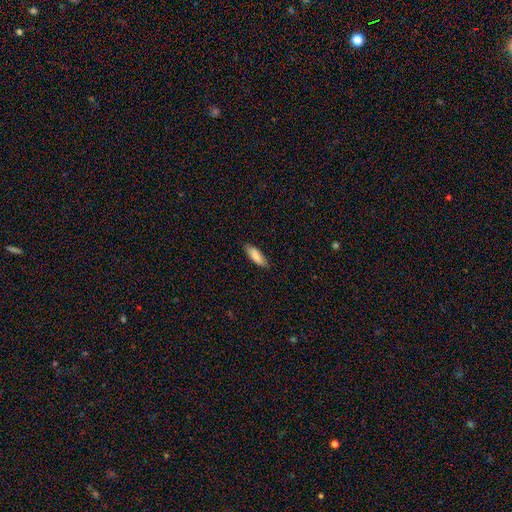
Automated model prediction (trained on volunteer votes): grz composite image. It shows a smooth galaxy with no disk features (86%) that is in between round and cigar-shaped (64%). Merging: none (84%).